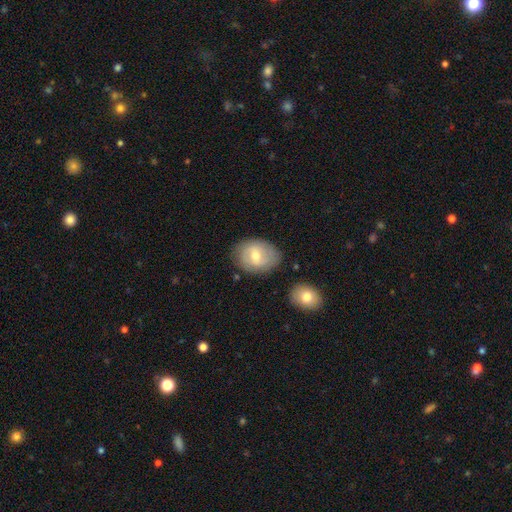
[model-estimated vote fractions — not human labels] A smooth galaxy with no disk features (53%) that is in between round and cigar-shaped (66%).

Vote fractions:
- Smooth or featured? smooth: 53% / featured or disk: 39% / star or artifact: 7%
- How rounded? in between: 66% / round: 32% / cigar-shaped: 1%
- Merging? none: 77% / minor disturbance: 15% / merger: 4% / major disturbance: 4%